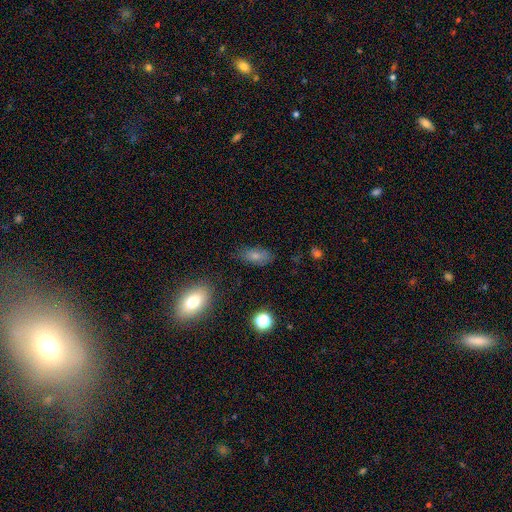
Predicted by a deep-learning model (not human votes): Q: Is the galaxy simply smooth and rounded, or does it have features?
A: smooth — 75%.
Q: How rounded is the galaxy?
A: in between — 87%.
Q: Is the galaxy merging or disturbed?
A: none — 78%.